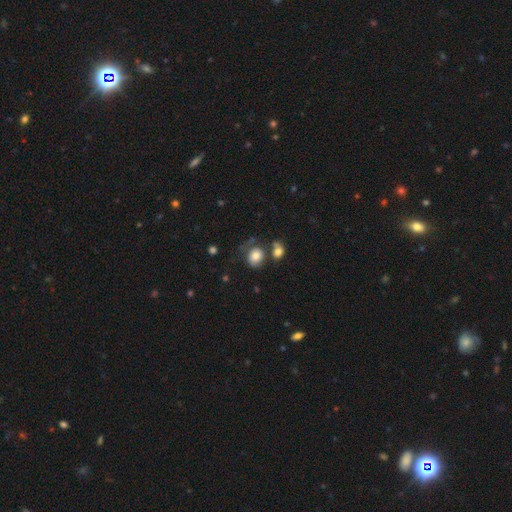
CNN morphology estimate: Smooth or featured? Predicted: smooth (p=0.74). How rounded? Predicted: round (p=0.60). Merging? Predicted: none (p=0.42).